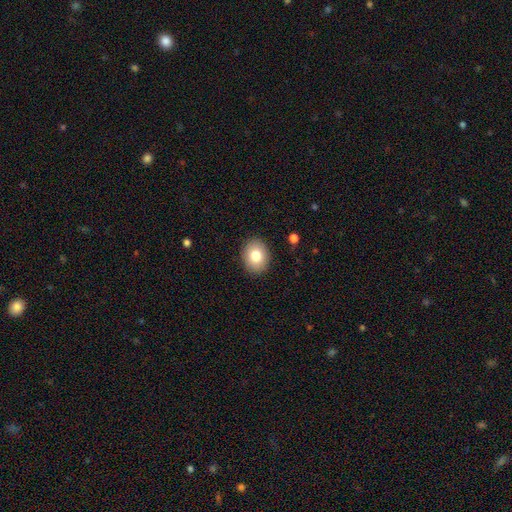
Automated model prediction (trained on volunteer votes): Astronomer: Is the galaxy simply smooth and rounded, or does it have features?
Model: smooth — 80%.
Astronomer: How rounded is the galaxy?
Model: in between — 50% (runner-up: round, 49%).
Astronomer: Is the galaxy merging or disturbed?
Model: none — 90%.